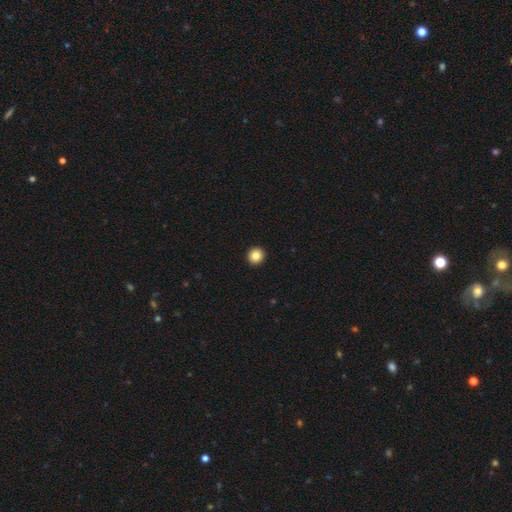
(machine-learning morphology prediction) smooth_or_featured: smooth (p=0.85) [alt: star or artifact p=0.10]
how_rounded: round (p=0.94) [alt: in between p=0.05]
merging: none (p=0.94) [alt: minor disturbance p=0.04]